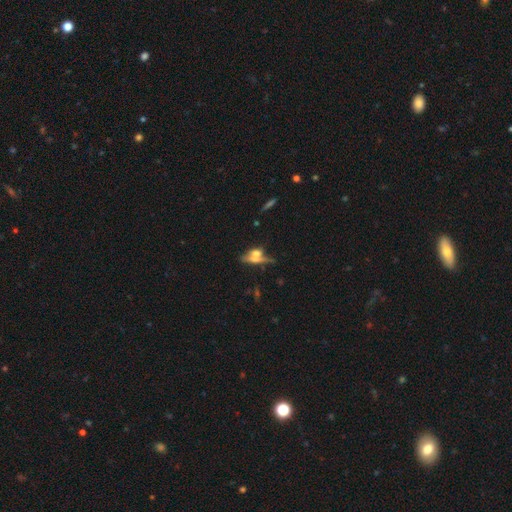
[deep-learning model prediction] smooth 44%, featured or disk 43%, star or artifact 13%. Down the decision tree: merging — merger (42%).